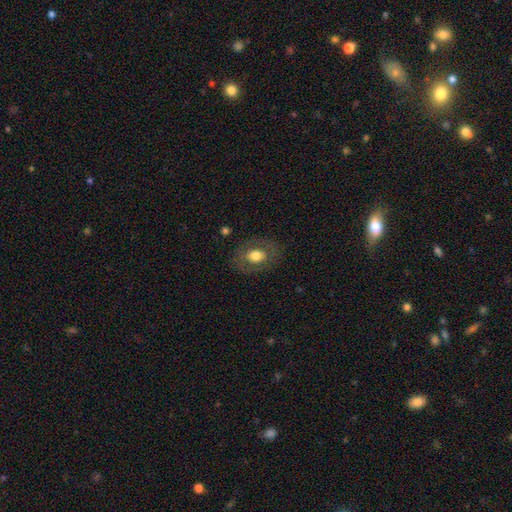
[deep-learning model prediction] Smooth or featured? Predicted: smooth (p=0.59). How rounded? Predicted: in between (p=0.63). Merging? Predicted: none (p=0.81).